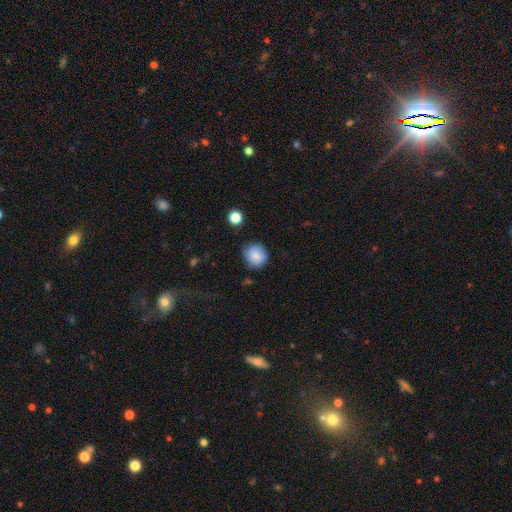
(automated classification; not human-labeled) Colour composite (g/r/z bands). It shows a smooth galaxy with no disk features (85%) that is round (85%). Merging: none (74%).